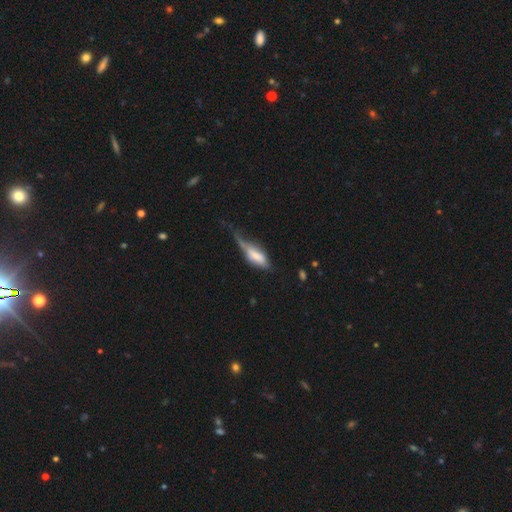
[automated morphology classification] Overall: smooth (54%; featured or disk 39%). How rounded: in between (64%; cigar-shaped 33%). Merging: major disturbance (41%; minor disturbance 31%).